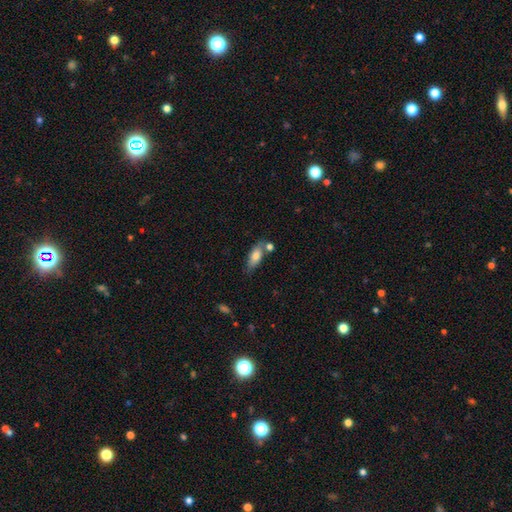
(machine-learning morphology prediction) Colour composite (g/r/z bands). It shows a smooth galaxy with no disk features (73%) that is in between round and cigar-shaped (77%). Merging: none (60%).